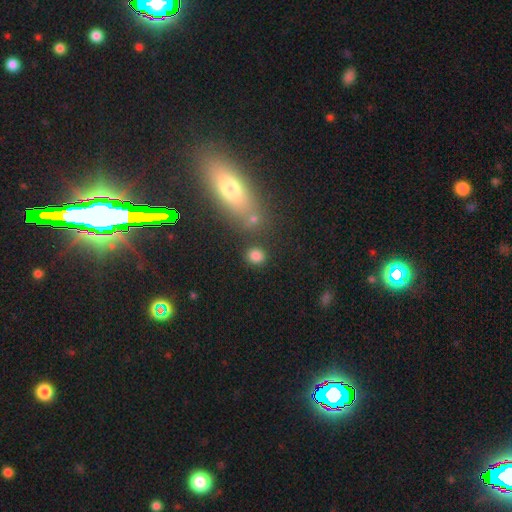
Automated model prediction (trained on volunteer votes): A smooth galaxy with no disk features (83%) that is round (73%). Merging: none (80%).